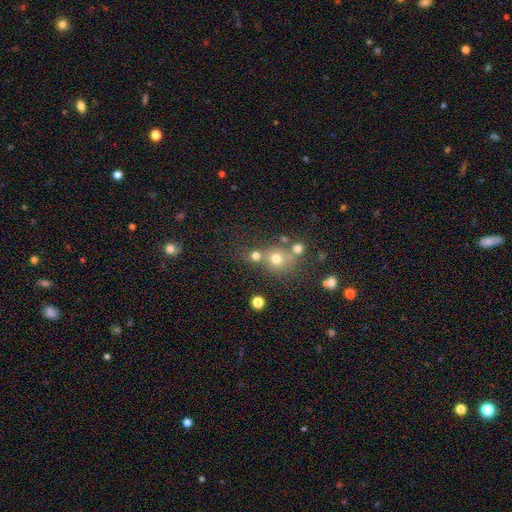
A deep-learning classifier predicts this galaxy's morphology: smooth 68%, star or artifact 20%, featured or disk 12%. Down the decision tree: how rounded — round (85%); merging — none (56%).